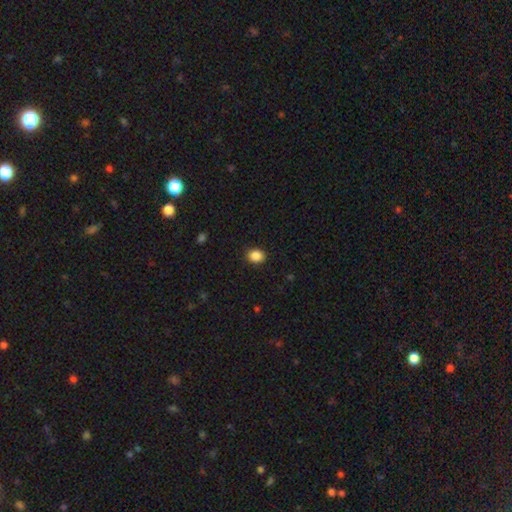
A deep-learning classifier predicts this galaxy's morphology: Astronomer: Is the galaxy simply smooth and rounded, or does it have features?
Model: smooth — 88%.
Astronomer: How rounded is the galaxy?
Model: round — 51% (runner-up: in between, 48%).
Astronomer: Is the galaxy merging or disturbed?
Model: none — 88%.